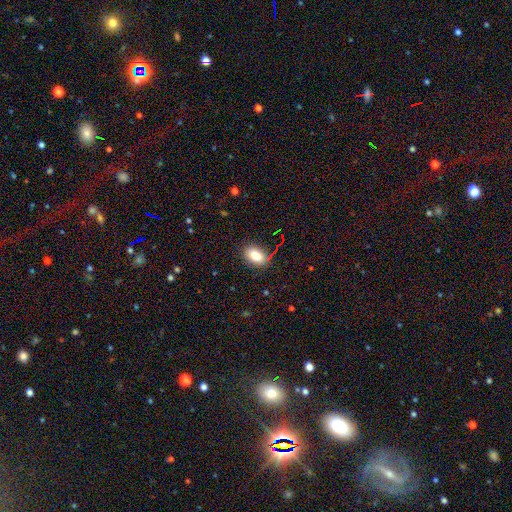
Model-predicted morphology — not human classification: type=smooth (80%); roundness=in between (85%); merging=none (78%).